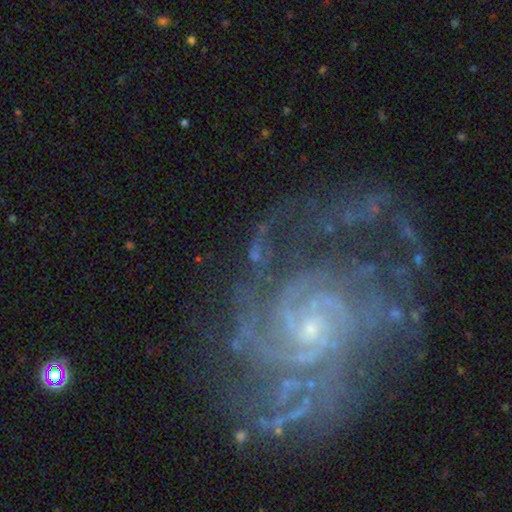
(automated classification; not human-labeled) Smooth or featured: featured or disk — 70% (star or artifact — 17%)
Edge-on disk: no — 95% (yes — 5%)
Bar: no — 48% (weak — 33%)
Spiral arms: yes — 92% (no — 8%)
Spiral winding: tight — 53% (medium — 34%)
Spiral arm count: 2 — 33% (can't tell — 22%)
Bulge size: small — 65% (moderate — 24%)
Merging: none — 63% (minor disturbance — 17%)